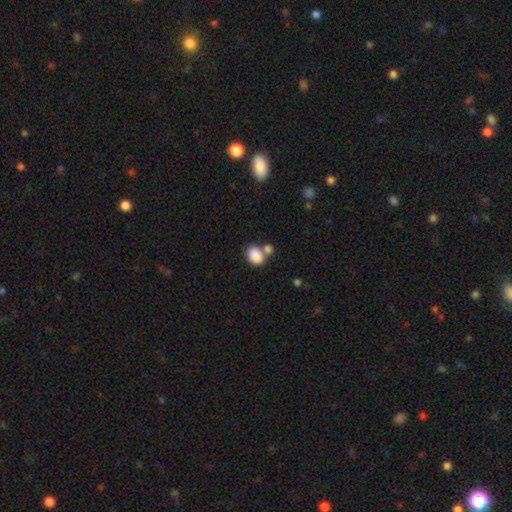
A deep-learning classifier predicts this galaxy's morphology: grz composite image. It shows a smooth galaxy with no disk features (86%) that is in between round and cigar-shaped (63%). Merging: none (48%).